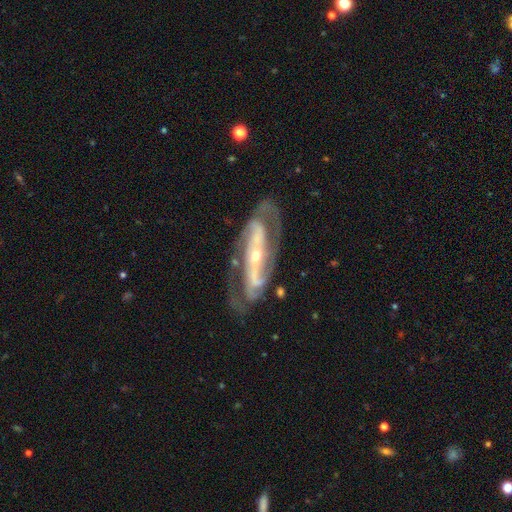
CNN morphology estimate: featured or disk 90%, smooth 6%, star or artifact 5%. Down the decision tree: edge-on disk — no (90%); bar — strong (51%); spiral arms — yes (95%); spiral arm count — 2 (85%); spiral winding — medium (44%); bulge size — small (61%); merging — none (74%).